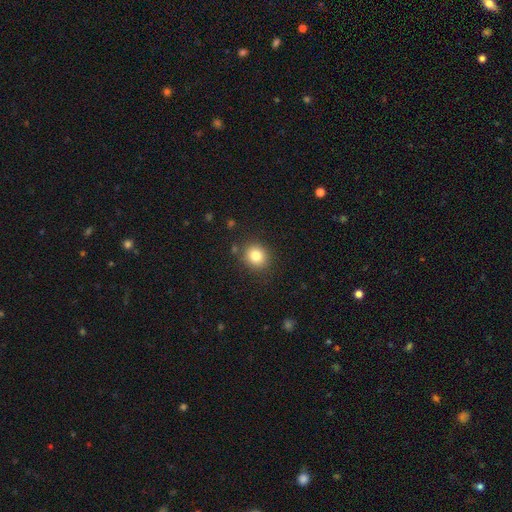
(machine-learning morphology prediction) Smooth or featured: smooth — 82% (star or artifact — 11%)
How rounded: round — 79% (in between — 20%)
Merging: none — 85% (minor disturbance — 9%)